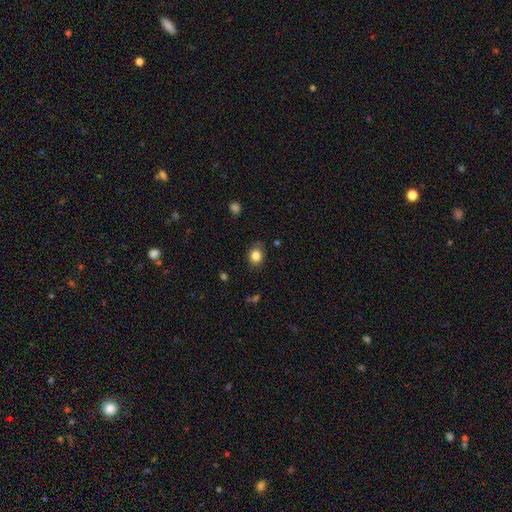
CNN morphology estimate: A smooth galaxy with no disk features (84%) that is round (66%).

Vote fractions:
- Smooth or featured? smooth: 84% / star or artifact: 10% / featured or disk: 6%
- How rounded? round: 66% / in between: 33% / cigar-shaped: 1%
- Merging? none: 80% / minor disturbance: 15% / major disturbance: 3% / merger: 1%